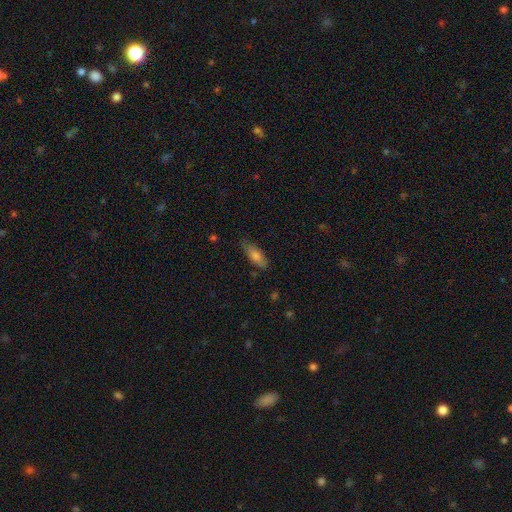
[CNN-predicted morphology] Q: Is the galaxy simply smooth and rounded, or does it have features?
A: smooth — 79%.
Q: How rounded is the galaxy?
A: in between — 68%.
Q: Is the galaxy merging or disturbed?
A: none — 71%.